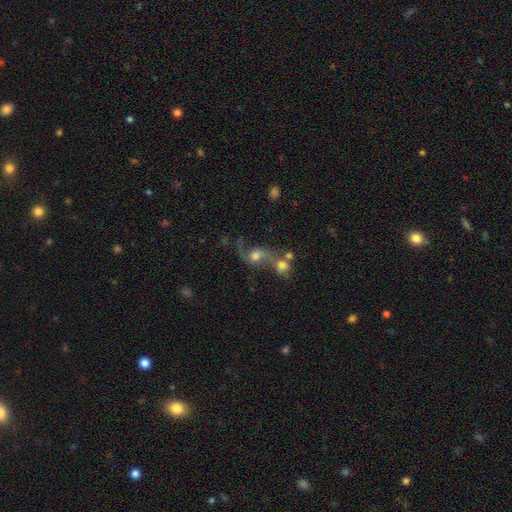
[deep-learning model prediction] Morphology: type=featured or disk (59%); edge-on=no (96%); bar=no (68%); spiral arms=yes (85%); bulge=moderate (46%); merging=merger (49%).